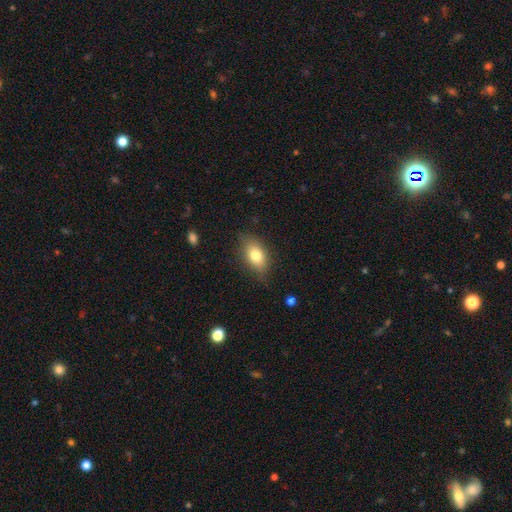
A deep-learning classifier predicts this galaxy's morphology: This appears to be a smooth galaxy with no disk features (78%) that is in between round and cigar-shaped (86%). Merging: none (78%).